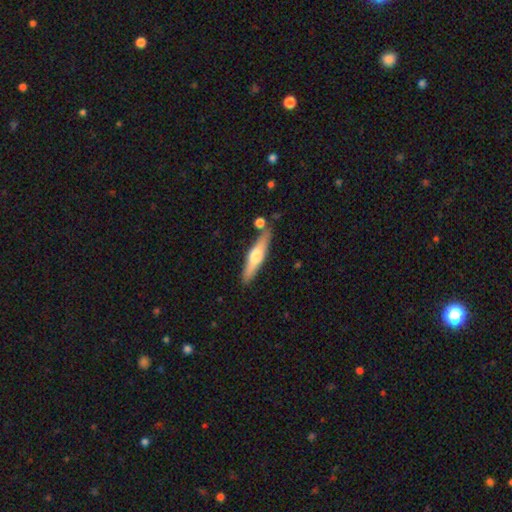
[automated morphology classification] Smooth or featured? Predicted: featured or disk (p=0.52). Edge-on disk? Predicted: yes (p=0.94). Merging? Predicted: none (p=0.78).